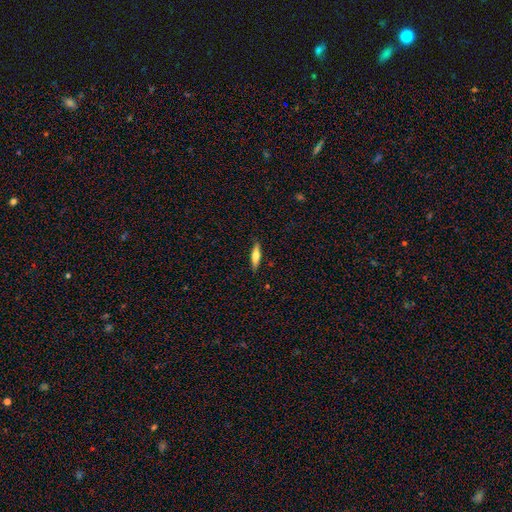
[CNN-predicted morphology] This is possibly a smooth galaxy (57%). How rounded: likely cigar-shaped (73%). Merging: clearly none (88%).